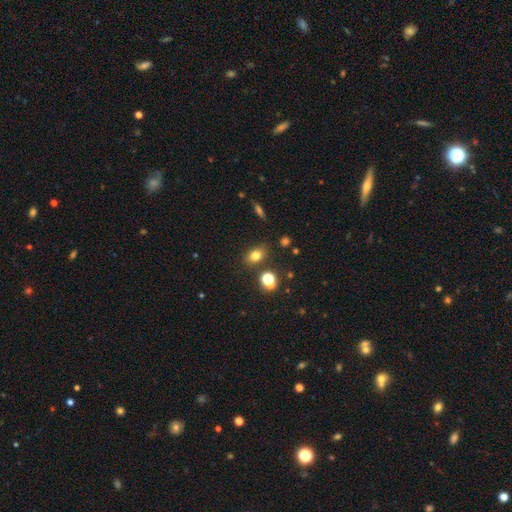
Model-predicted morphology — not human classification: smooth-or-featured: smooth: 76% | star or artifact: 15% | featured or disk: 9%
  how-rounded: in between: 67% | round: 30% | cigar-shaped: 2%
  merging: none: 80% | minor disturbance: 11% | merger: 6% | major disturbance: 3%